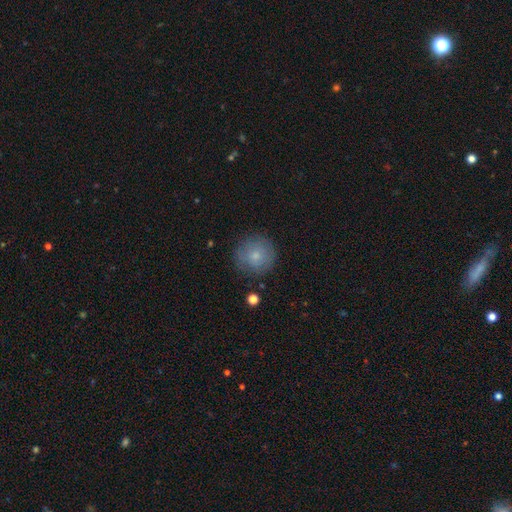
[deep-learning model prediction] Morphology: type=smooth (77%); roundness=round (94%); merging=none (82%).